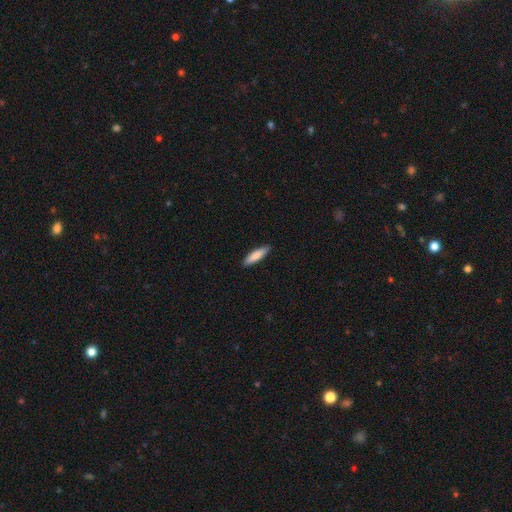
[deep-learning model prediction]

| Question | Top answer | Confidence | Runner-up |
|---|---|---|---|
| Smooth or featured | smooth | 82% | featured or disk (12%) |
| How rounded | cigar-shaped | 74% | in between (25%) |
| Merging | none | 90% | minor disturbance (7%) |